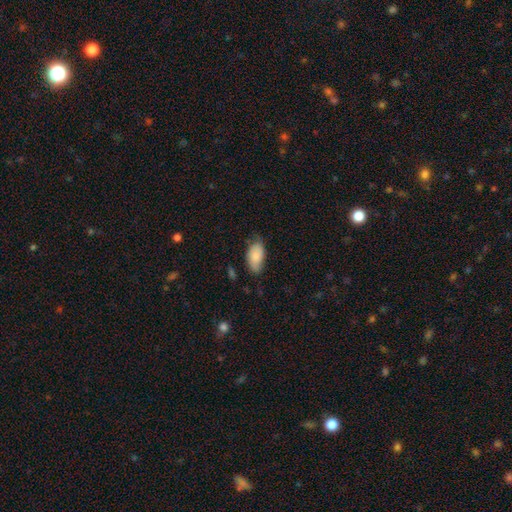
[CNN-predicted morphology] Smooth or featured?
  - smooth: 82% *
  - featured or disk: 12%
  - star or artifact: 6%
How rounded?
  - in between: 94% *
  - round: 3%
  - cigar-shaped: 3%
Merging?
  - none: 64% *
  - minor disturbance: 29%
  - major disturbance: 6%
  - merger: 2%